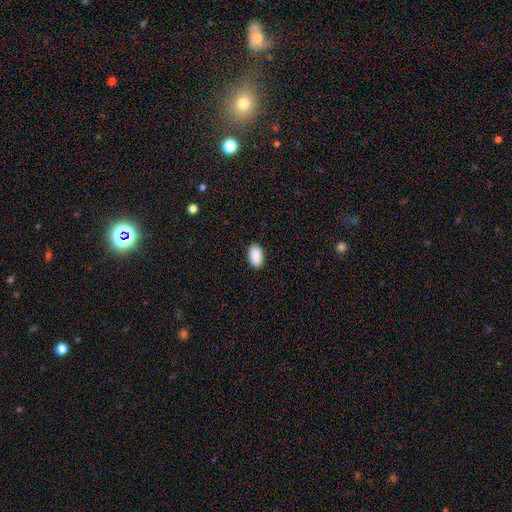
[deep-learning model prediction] Overall: smooth (91%). How rounded: in between (94%). Merging: none (89%).